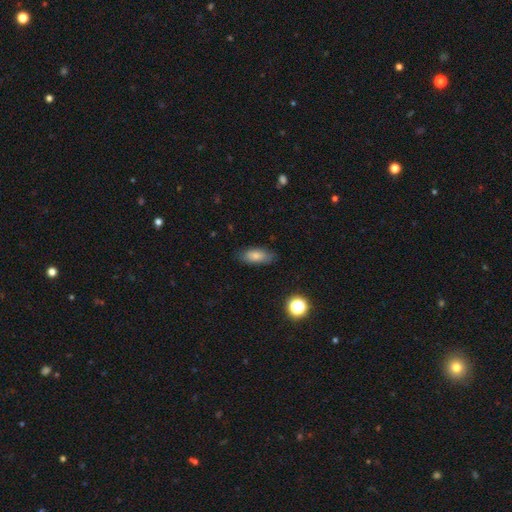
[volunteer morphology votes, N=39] A smooth galaxy with no disk features (85%) that is in between round and cigar-shaped (82%).

Vote fractions:
- Smooth or featured? smooth: 85% / featured or disk: 13% / star or artifact: 3%
- How rounded? in between: 82% / cigar-shaped: 18% / round: 0%
- Merging? none: 89% / minor disturbance: 8% / major disturbance: 3% / merger: 0%